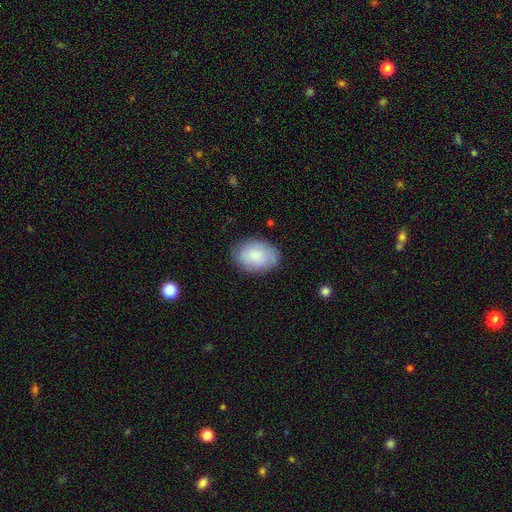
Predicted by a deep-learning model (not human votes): A smooth galaxy with no disk features (82%) that is in between round and cigar-shaped (82%).

Vote fractions:
- Smooth or featured? smooth: 82% / featured or disk: 12% / star or artifact: 6%
- How rounded? in between: 82% / round: 17% / cigar-shaped: 1%
- Merging? none: 81% / minor disturbance: 14% / major disturbance: 3% / merger: 1%